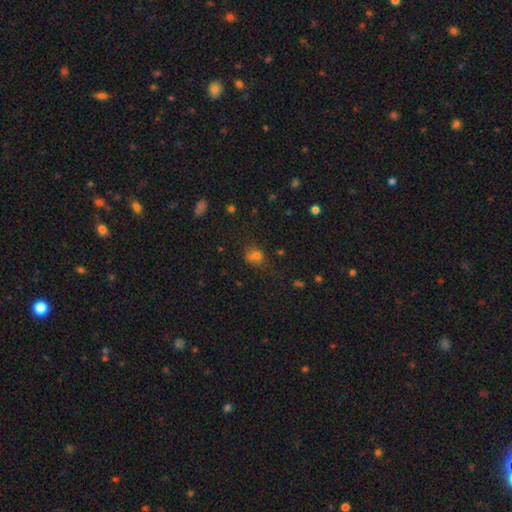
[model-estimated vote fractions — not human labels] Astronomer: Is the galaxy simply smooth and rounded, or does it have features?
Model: smooth — 63%.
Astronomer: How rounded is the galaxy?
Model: round — 64%.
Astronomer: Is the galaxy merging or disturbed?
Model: none — 47% (runner-up: merger, 33%).